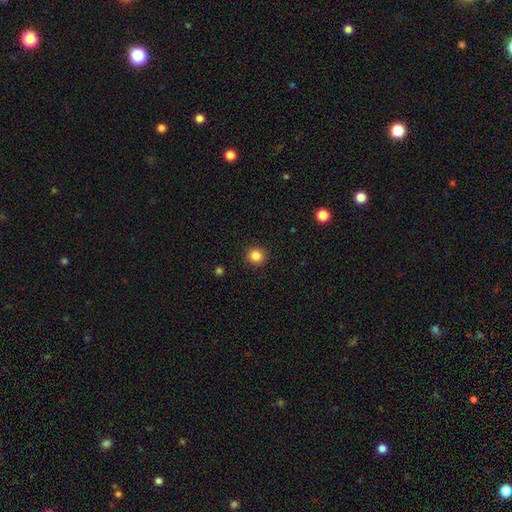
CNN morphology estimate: Smooth or featured?
  - smooth: 85% *
  - star or artifact: 11%
  - featured or disk: 4%
How rounded?
  - round: 94% *
  - in between: 5%
  - cigar-shaped: 1%
Merging?
  - none: 92% *
  - minor disturbance: 5%
  - major disturbance: 2%
  - merger: 1%